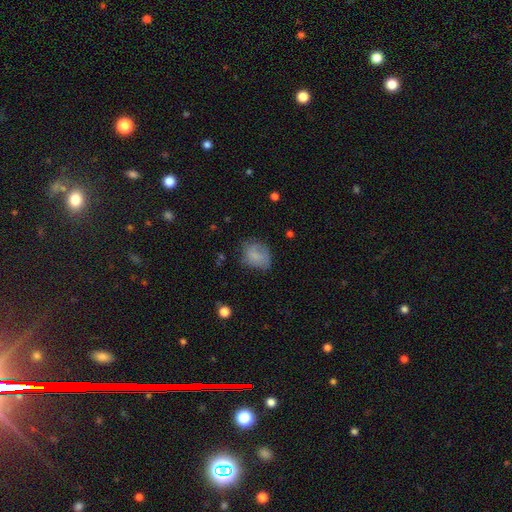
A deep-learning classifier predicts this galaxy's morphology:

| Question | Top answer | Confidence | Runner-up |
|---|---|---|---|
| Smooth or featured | smooth | 76% | featured or disk (15%) |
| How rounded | in between | 55% | round (44%) |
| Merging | none | 56% | minor disturbance (30%) |